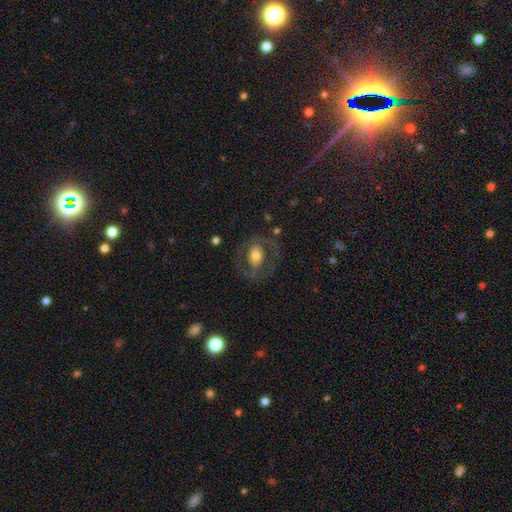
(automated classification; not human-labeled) The model was most divided on "smooth or featured": featured or disk: 51%, smooth: 42%, star or artifact: 8%. More confident: edge-on disk — no (95%); merging — none (68%).